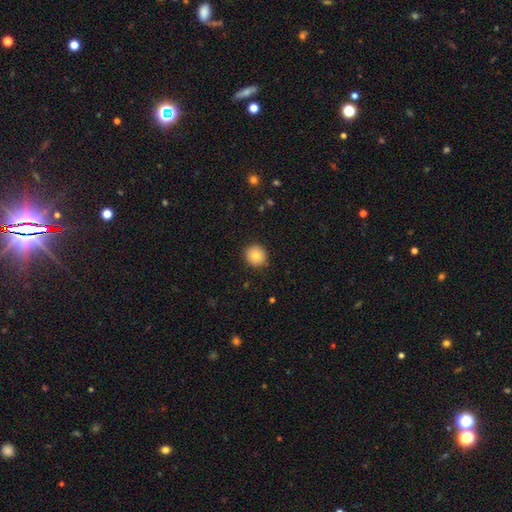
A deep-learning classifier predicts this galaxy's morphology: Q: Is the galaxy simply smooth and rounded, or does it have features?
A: smooth — 81%.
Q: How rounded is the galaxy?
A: round — 92%.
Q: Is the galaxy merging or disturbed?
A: none — 89%.